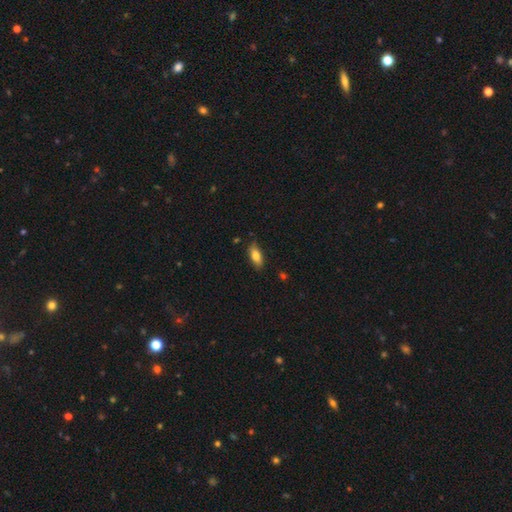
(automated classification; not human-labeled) Smooth or featured? smooth (79%)
How rounded? in between (83%)
Merging? none (80%)